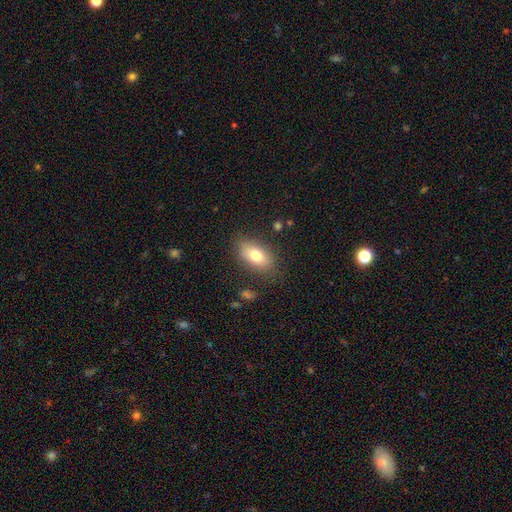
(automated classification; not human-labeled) smooth-or-featured: smooth: 75% | featured or disk: 16% | star or artifact: 8%
  how-rounded: in between: 87% | round: 8% | cigar-shaped: 5%
  merging: none: 80% | minor disturbance: 14% | major disturbance: 4% | merger: 2%